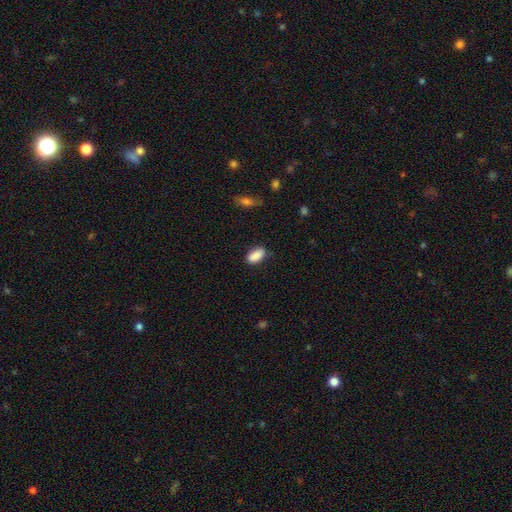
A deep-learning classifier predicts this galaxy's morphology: Smooth or featured?
  - smooth: 89% *
  - star or artifact: 7%
  - featured or disk: 4%
How rounded?
  - in between: 90% *
  - cigar-shaped: 6%
  - round: 4%
Merging?
  - none: 81% *
  - minor disturbance: 15%
  - major disturbance: 3%
  - merger: 1%